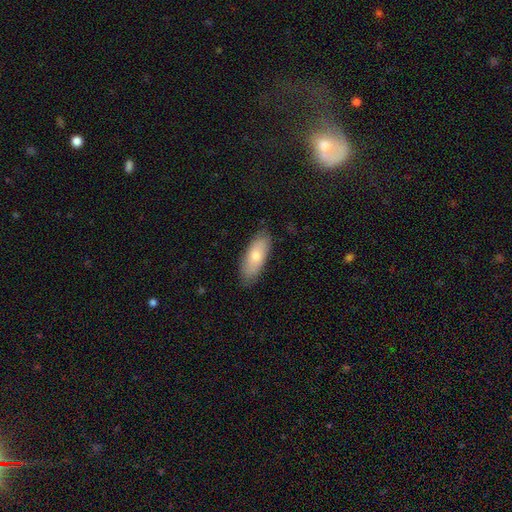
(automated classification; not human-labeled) Smooth or featured? Predicted: smooth (p=0.71). How rounded? Predicted: in between (p=0.76). Merging? Predicted: none (p=0.83).